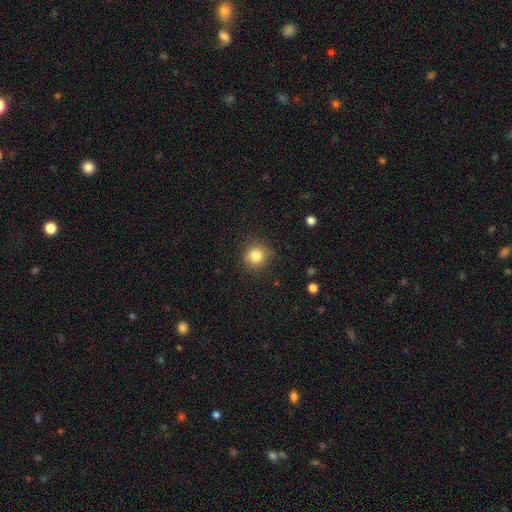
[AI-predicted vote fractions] Smooth or featured?
  - smooth: 83% *
  - star or artifact: 11%
  - featured or disk: 6%
How rounded?
  - round: 91% *
  - in between: 8%
  - cigar-shaped: 1%
Merging?
  - none: 81% *
  - minor disturbance: 14%
  - major disturbance: 3%
  - merger: 1%